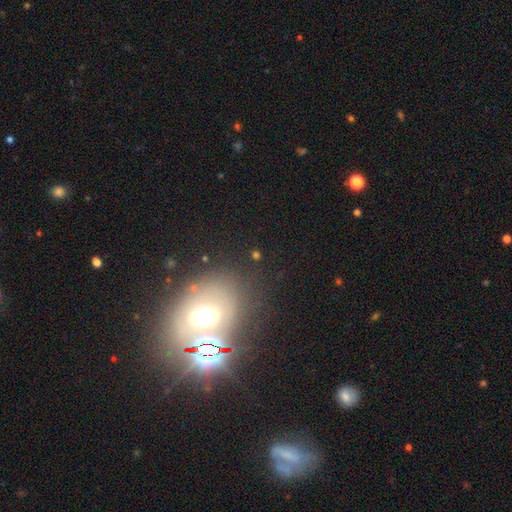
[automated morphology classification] Smooth or featured? Predicted: smooth (p=0.35, tied with star or artifact). Merging? Predicted: none (p=0.62).